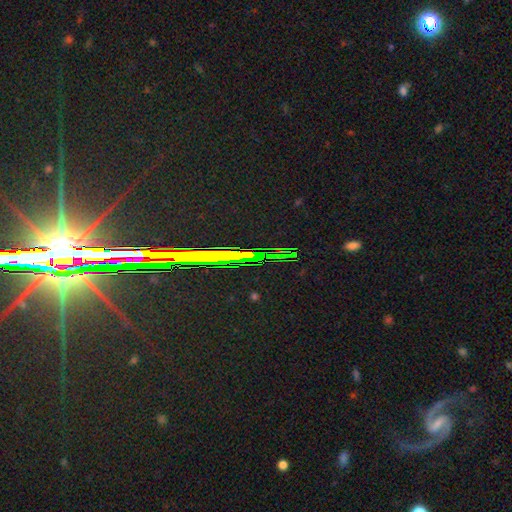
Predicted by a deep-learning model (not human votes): star or artifact 73%, featured or disk 17%, smooth 10%.